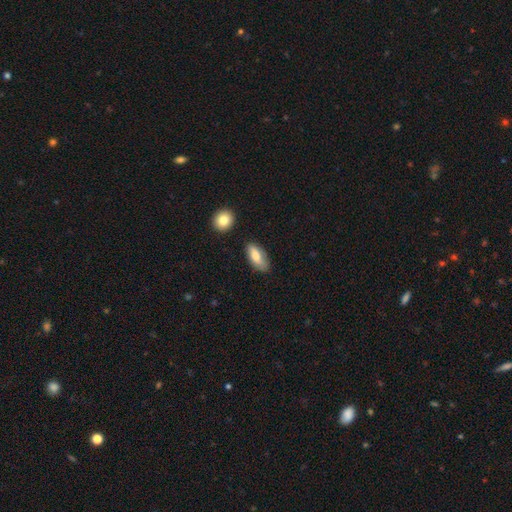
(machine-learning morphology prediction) type=smooth (76%); roundness=in between (87%); merging=none (75%).